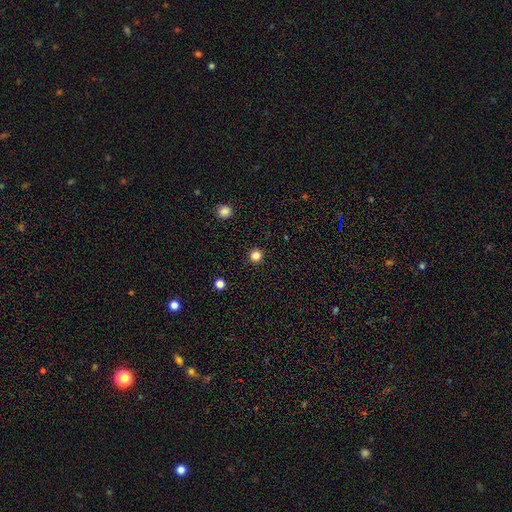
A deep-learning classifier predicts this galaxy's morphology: smooth 82%, star or artifact 14%, featured or disk 4%. Down the decision tree: how rounded — round (95%); merging — none (92%).